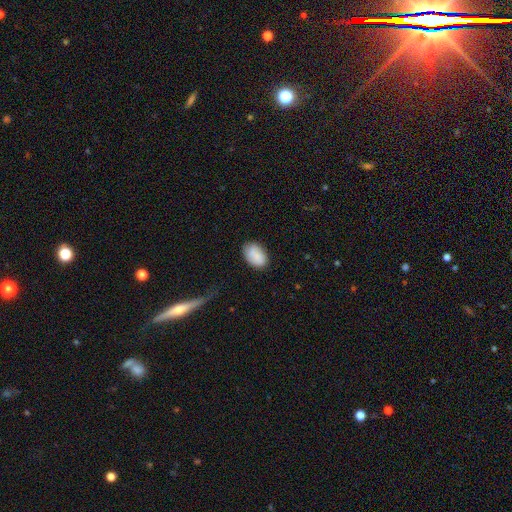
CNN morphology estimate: Smooth or featured? smooth (83%)
How rounded? in between (88%)
Merging? none (76%)